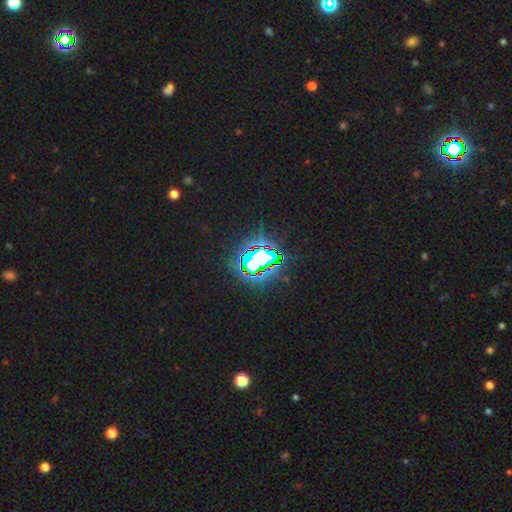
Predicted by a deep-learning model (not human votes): smooth-or-featured: star or artifact: 78% | smooth: 12% | featured or disk: 10%